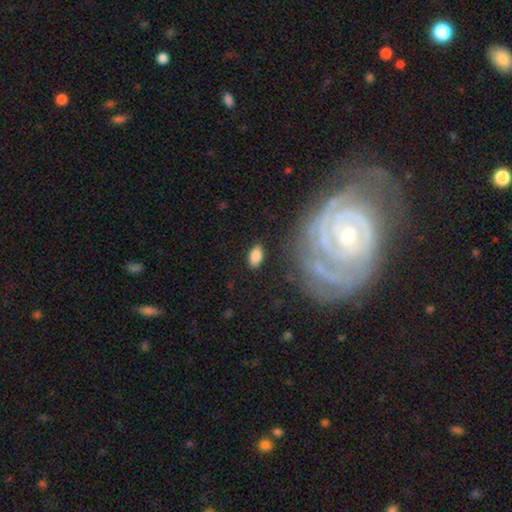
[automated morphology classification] Overall: smooth (85%). How rounded: in between (93%). Merging: none (84%).